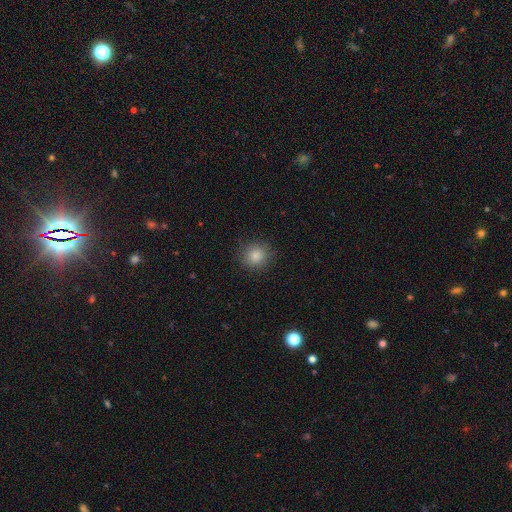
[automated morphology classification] This is clearly a smooth galaxy (84%). How rounded: clearly round (90%). Merging: clearly none (88%).